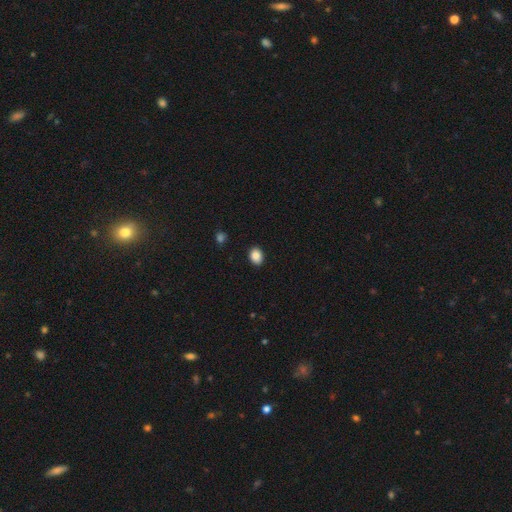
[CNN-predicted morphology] type=smooth (87%); roundness=in between (65%); merging=none (90%).